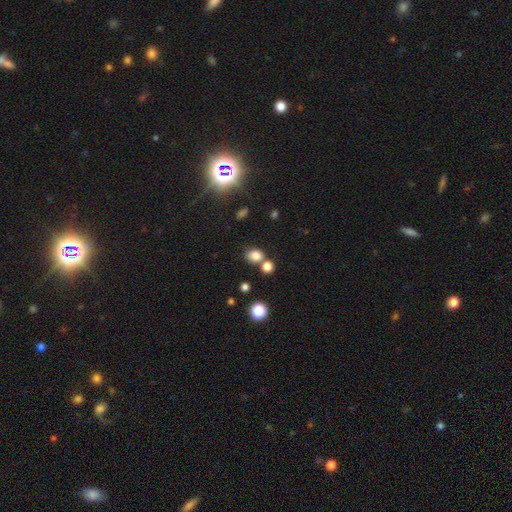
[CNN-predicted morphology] type=smooth (79%); roundness=round (52%); merging=none (63%).